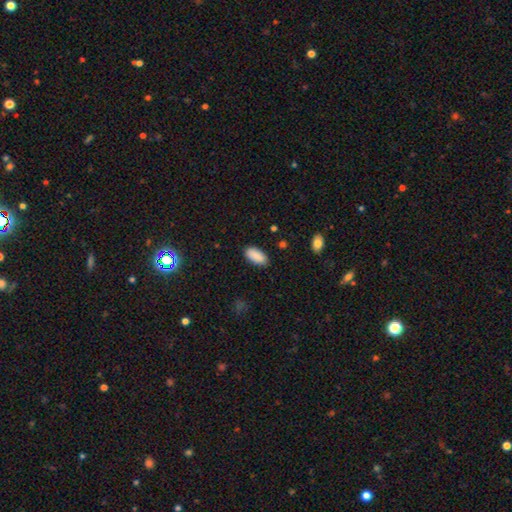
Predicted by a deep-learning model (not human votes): The model was most divided on "merging": none: 85%, minor disturbance: 11%, major disturbance: 2%, merger: 1%. More confident: how rounded — in between (93%); smooth or featured — smooth (90%).